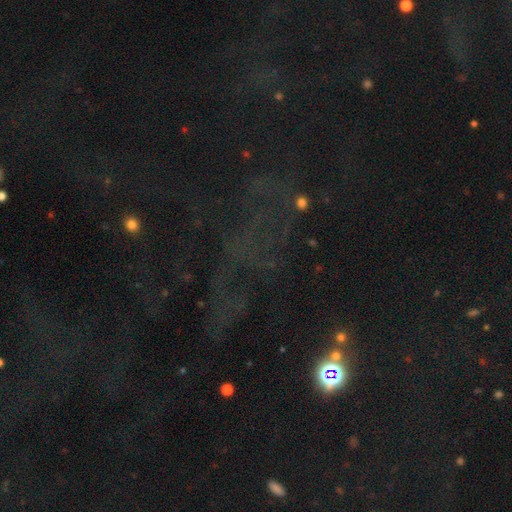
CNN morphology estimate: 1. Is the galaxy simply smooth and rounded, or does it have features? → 68% star or artifact, 16% smooth, 16% featured or disk.